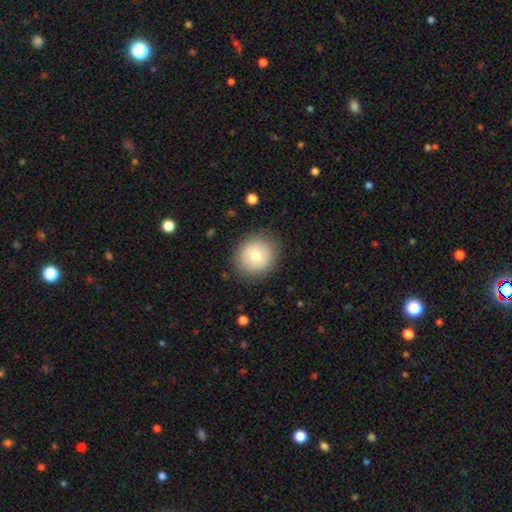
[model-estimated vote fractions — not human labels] smooth 75%, featured or disk 16%, star or artifact 8%. Down the decision tree: how rounded — round (85%); merging — none (85%).